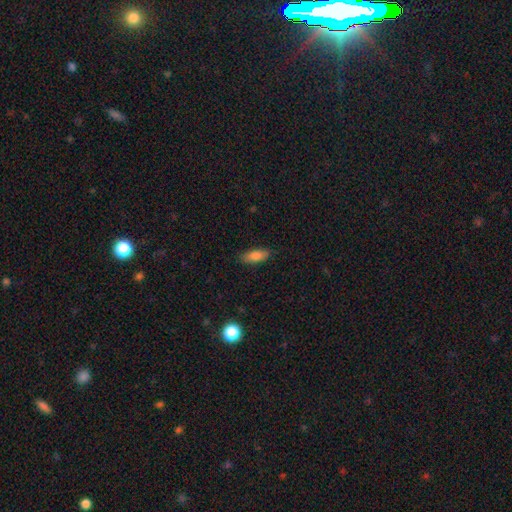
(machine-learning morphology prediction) Overall: smooth (82%). How rounded: in between (74%). Merging: none (85%).